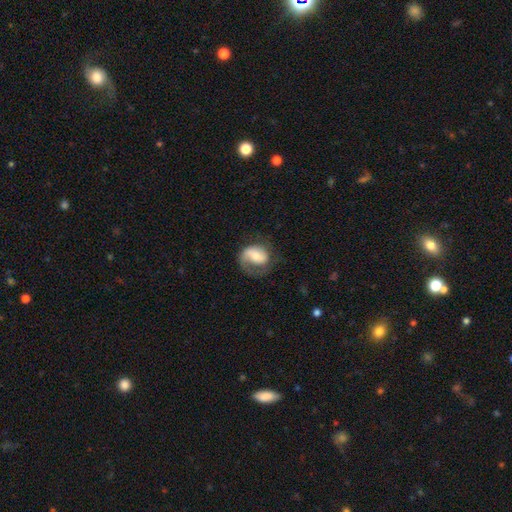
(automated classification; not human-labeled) Smooth or featured?
  - featured or disk: 58% *
  - smooth: 35%
  - star or artifact: 7%
Edge-on disk?
  - no: 97% *
  - yes: 3%
Bar?
  - no: 49% *
  - weak: 37%
  - strong: 14%
Spiral arms?
  - yes: 86% *
  - no: 14%
Bulge size?
  - moderate: 50% *
  - small: 33%
  - large: 10%
  - none: 4%
  - dominant: 2%
Merging?
  - none: 50% *
  - major disturbance: 26%
  - minor disturbance: 22%
  - merger: 2%